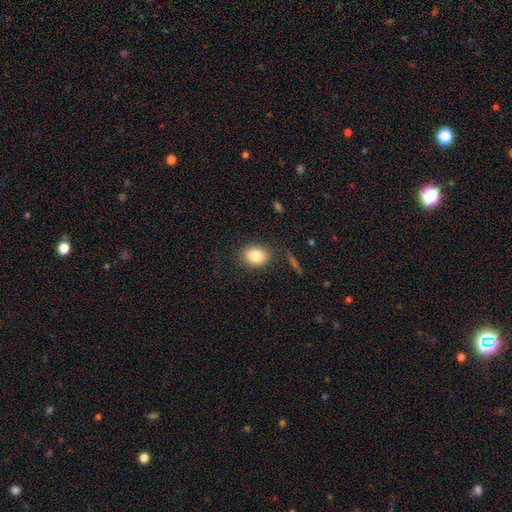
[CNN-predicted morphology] Smooth or featured: smooth — 84% (star or artifact — 9%)
How rounded: round — 51% (in between — 48%)
Merging: none — 84% (minor disturbance — 10%)